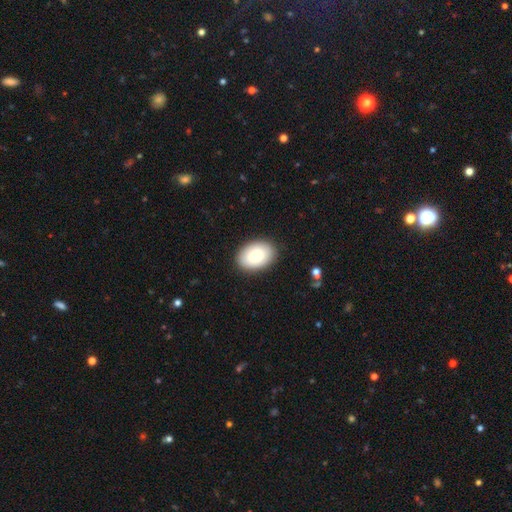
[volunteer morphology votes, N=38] smooth-or-featured: smooth: 87% | featured or disk: 13% | star or artifact: 0%
  how-rounded: in between: 73% | round: 27% | cigar-shaped: 0%
  merging: none: 95% | minor disturbance: 3% | major disturbance: 3% | merger: 0%